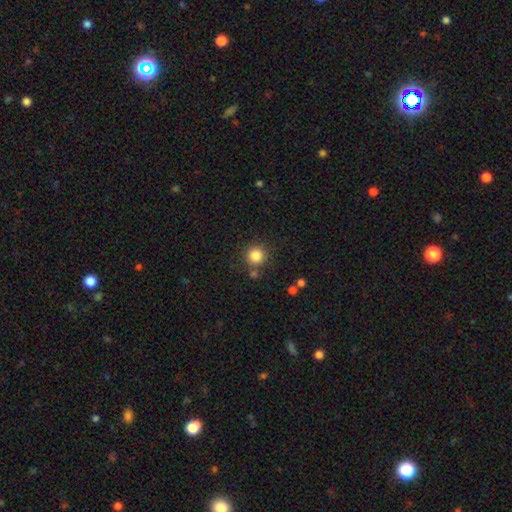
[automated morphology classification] This appears to be a smooth galaxy with no disk features (84%) that is round (94%). Merging: none (81%).